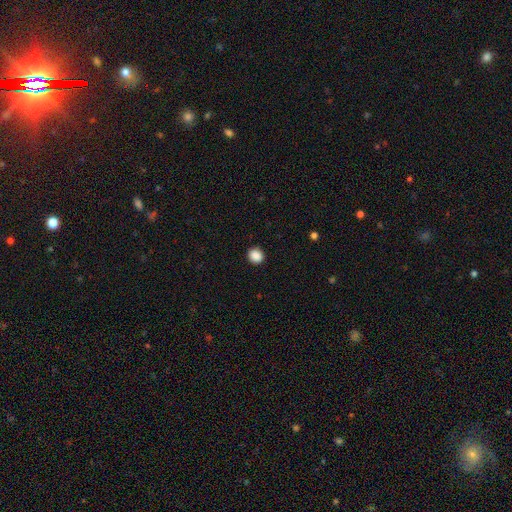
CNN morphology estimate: This is clearly a smooth galaxy (89%). How rounded: clearly round (85%). Merging: clearly none (91%).